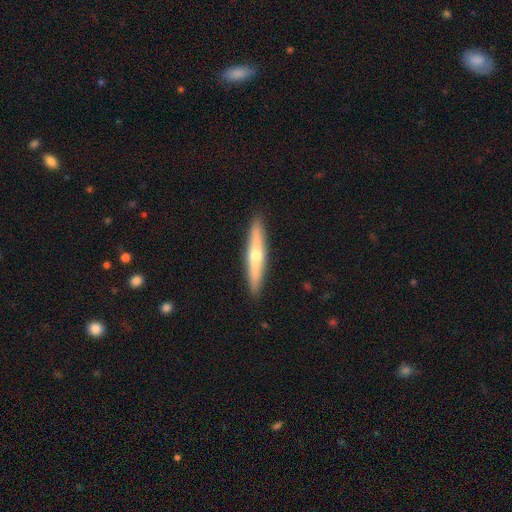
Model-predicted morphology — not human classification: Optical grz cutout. It shows a featured or disk galaxy (57%) viewed edge-on (94%) with a rounded central bulge (88%). Merging: none (92%).